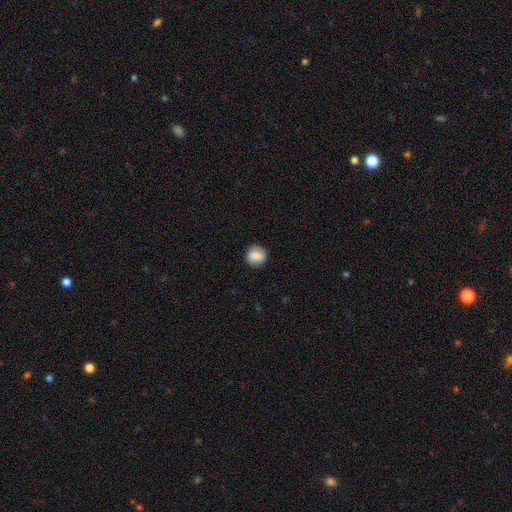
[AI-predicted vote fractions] smooth_or_featured: smooth (p=0.86) [alt: star or artifact p=0.08]
how_rounded: round (p=0.87) [alt: in between p=0.12]
merging: none (p=0.86) [alt: minor disturbance p=0.10]